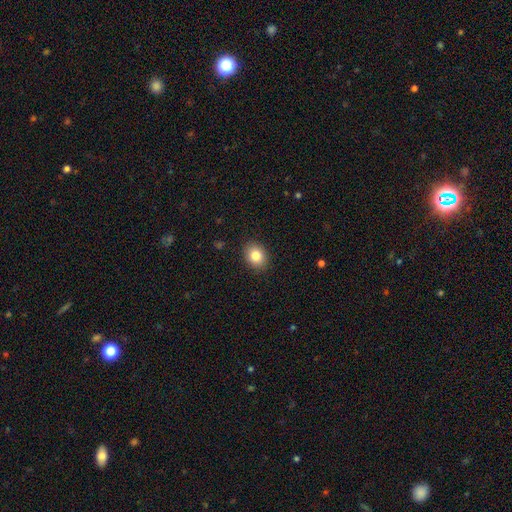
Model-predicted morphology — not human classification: Smooth or featured: smooth — 84% (star or artifact — 9%)
How rounded: in between — 54% (round — 45%)
Merging: none — 89% (minor disturbance — 8%)